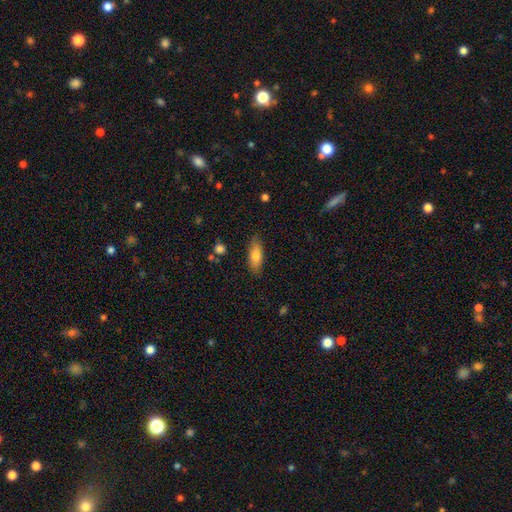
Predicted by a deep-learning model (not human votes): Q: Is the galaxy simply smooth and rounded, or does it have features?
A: smooth — 75%.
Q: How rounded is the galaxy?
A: in between — 66%.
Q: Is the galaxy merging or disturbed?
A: none — 83%.